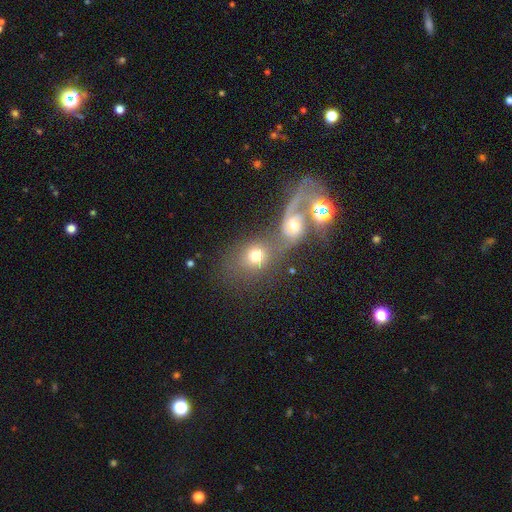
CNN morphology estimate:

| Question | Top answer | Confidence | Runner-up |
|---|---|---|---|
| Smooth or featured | smooth | 62% | featured or disk (26%) |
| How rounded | round | 63% | in between (35%) |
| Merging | merger | 57% | none (27%) |